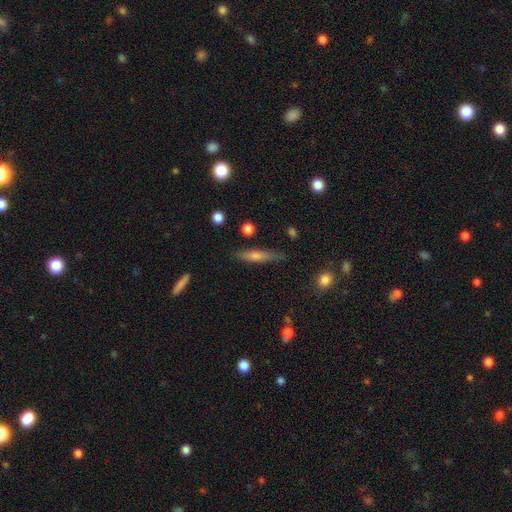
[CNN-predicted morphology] Q: Smooth or featured?
A: smooth (53%); runner-up: featured or disk (39%)
Q: How rounded?
A: cigar-shaped (88%); runner-up: in between (10%)
Q: Merging?
A: none (81%); runner-up: minor disturbance (14%)